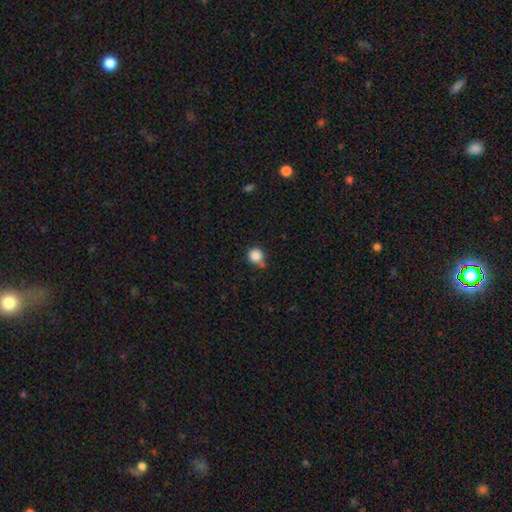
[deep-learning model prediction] smooth-or-featured: smooth: 86% | star or artifact: 10% | featured or disk: 4%
  how-rounded: round: 90% | in between: 9% | cigar-shaped: 1%
  merging: none: 65% | minor disturbance: 19% | merger: 11% | major disturbance: 5%